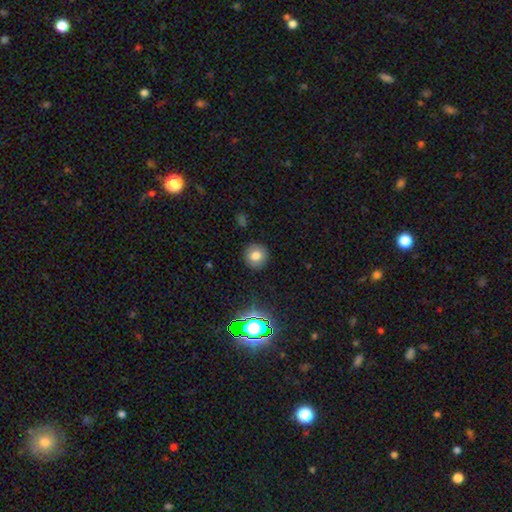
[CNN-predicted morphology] The model was most divided on "smooth or featured": smooth: 75%, star or artifact: 14%, featured or disk: 11%. More confident: how rounded — round (93%); merging — none (90%).